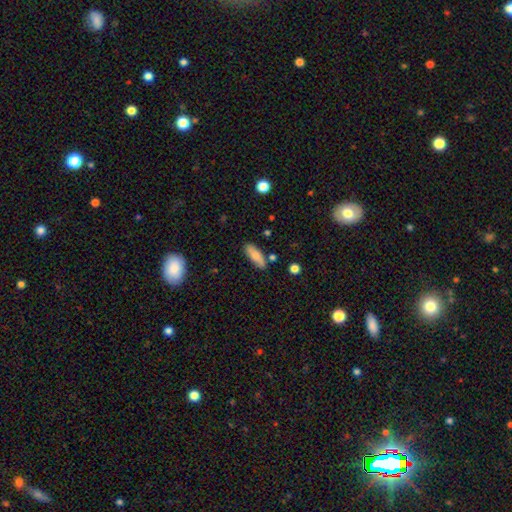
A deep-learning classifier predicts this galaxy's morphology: Q: Smooth or featured?
A: smooth (77%); runner-up: featured or disk (16%)
Q: How rounded?
A: in between (64%); runner-up: cigar-shaped (33%)
Q: Merging?
A: none (78%); runner-up: minor disturbance (15%)